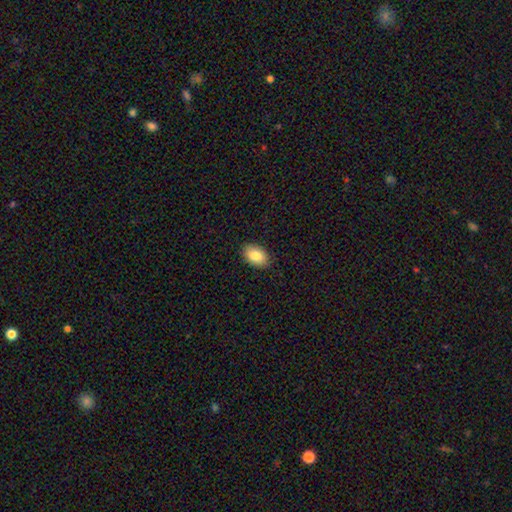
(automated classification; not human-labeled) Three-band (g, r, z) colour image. It shows a smooth galaxy with no disk features (85%) that is in between round and cigar-shaped (89%). Merging: none (89%).